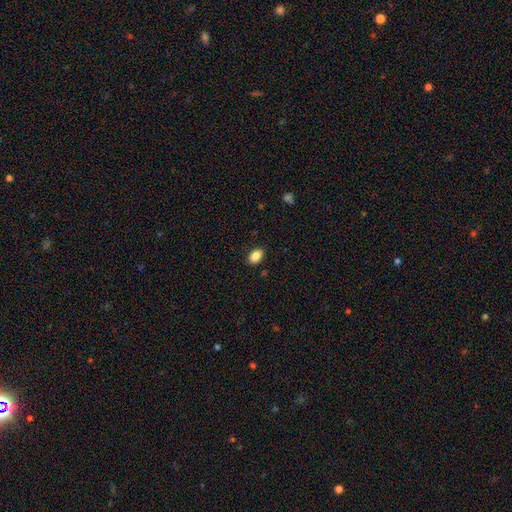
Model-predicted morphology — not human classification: Smooth or featured: smooth — 87% (star or artifact — 8%)
How rounded: in between — 86% (round — 12%)
Merging: none — 88% (minor disturbance — 9%)